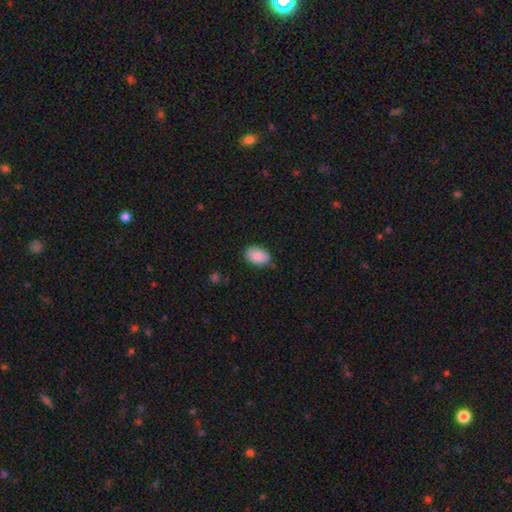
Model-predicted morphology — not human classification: A smooth galaxy with no disk features (87%) that is in between round and cigar-shaped (88%). Merging: none (74%).